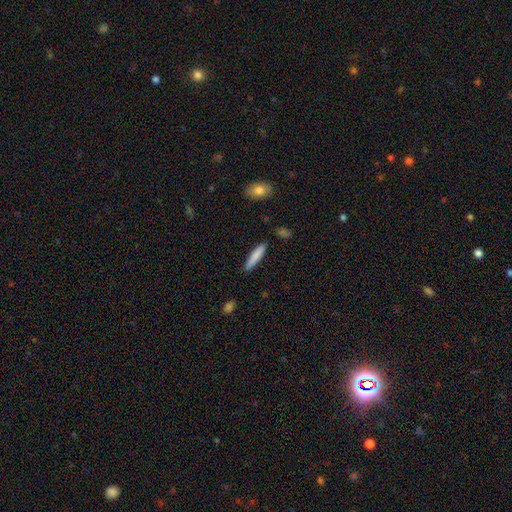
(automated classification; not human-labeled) Morphology: type=smooth (82%); roundness=cigar-shaped (88%); merging=none (87%).